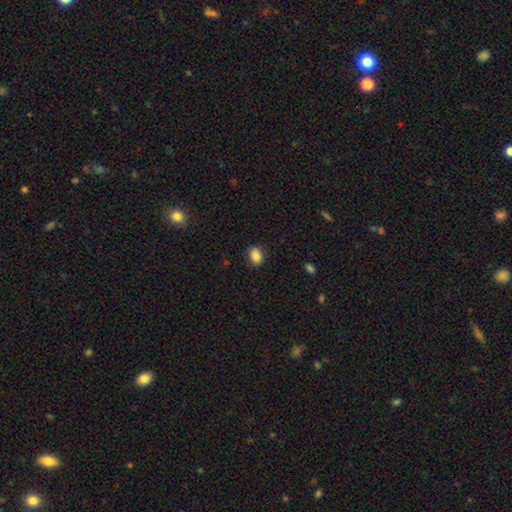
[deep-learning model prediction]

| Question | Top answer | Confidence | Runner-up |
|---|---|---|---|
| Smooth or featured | smooth | 86% | star or artifact (9%) |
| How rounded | in between | 64% | round (35%) |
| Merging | none | 86% | minor disturbance (10%) |